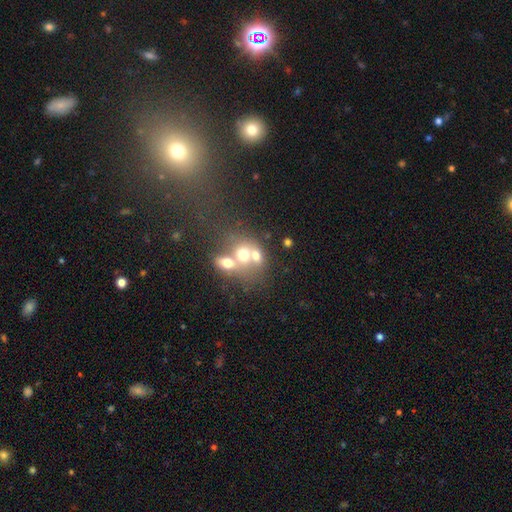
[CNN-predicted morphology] This appears to be a smooth galaxy with no disk features (62%) that is round (56%). Merging: merger (65%).